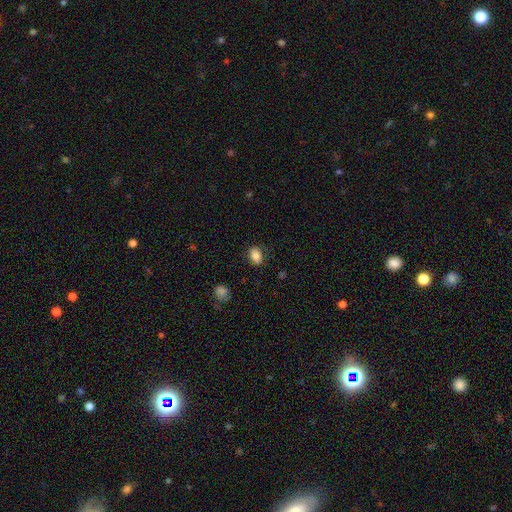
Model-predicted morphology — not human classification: A smooth galaxy with no disk features (86%) that is in between round and cigar-shaped (80%).

Vote fractions:
- Smooth or featured? smooth: 86% / star or artifact: 9% / featured or disk: 5%
- How rounded? in between: 80% / round: 18% / cigar-shaped: 2%
- Merging? none: 83% / minor disturbance: 13% / major disturbance: 3% / merger: 1%